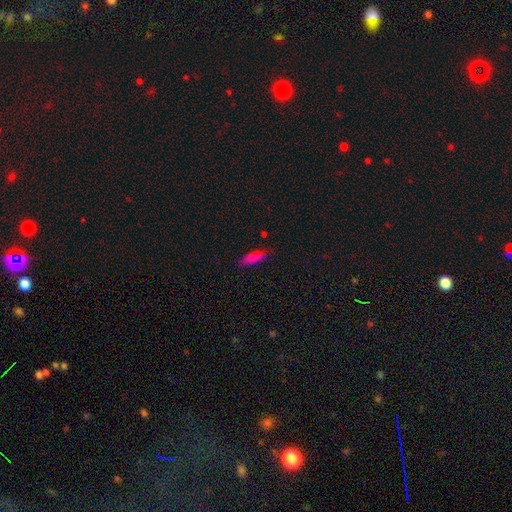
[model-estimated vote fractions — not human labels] Overall: smooth (82%). How rounded: in between (50%; cigar-shaped 47%). Merging: none (77%).